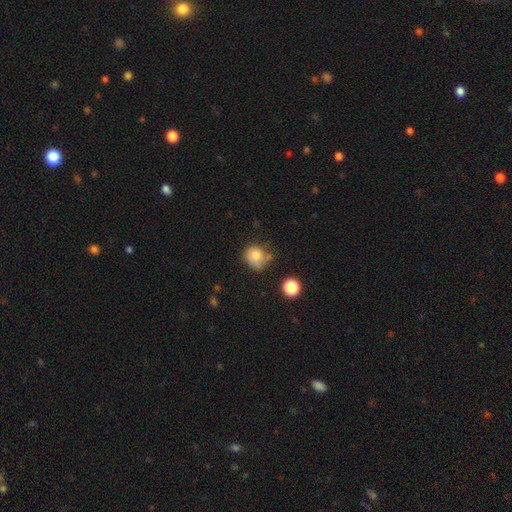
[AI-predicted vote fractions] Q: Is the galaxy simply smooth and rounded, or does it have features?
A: smooth — 79%.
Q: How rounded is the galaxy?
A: round — 74%.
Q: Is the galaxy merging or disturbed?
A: none — 48%.